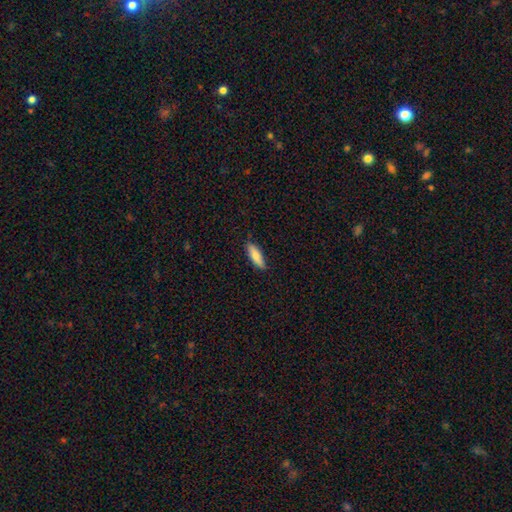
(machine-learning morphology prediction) Smooth or featured: smooth — 81% (featured or disk — 14%)
How rounded: in between — 50% (cigar-shaped — 48%)
Merging: none — 86% (minor disturbance — 11%)